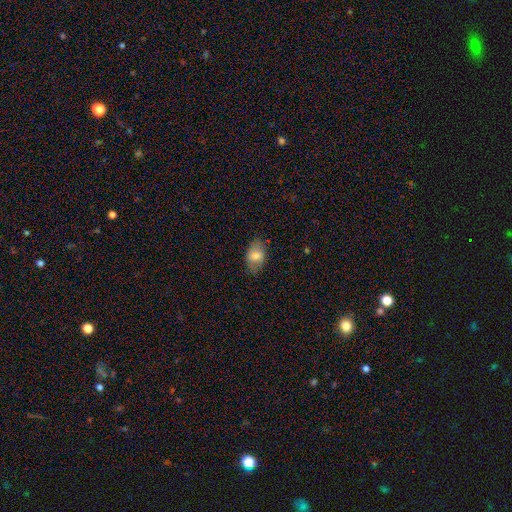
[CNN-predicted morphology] A smooth galaxy with no disk features (76%) that is in between round and cigar-shaped (87%).

Vote fractions:
- Smooth or featured? smooth: 76% / featured or disk: 17% / star or artifact: 7%
- How rounded? in between: 87% / round: 11% / cigar-shaped: 2%
- Merging? none: 78% / minor disturbance: 17% / major disturbance: 4% / merger: 1%